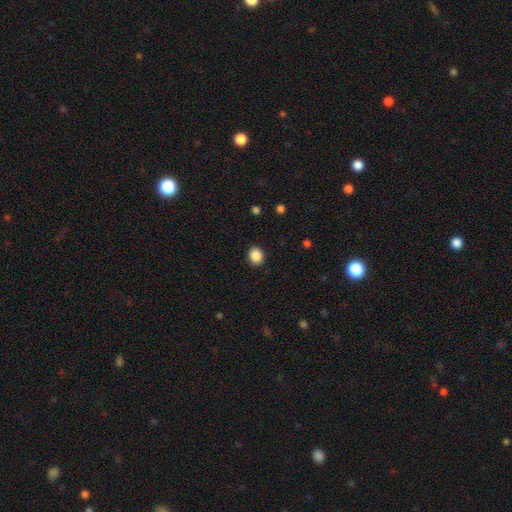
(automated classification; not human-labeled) smooth_or_featured: smooth (p=0.88) [alt: star or artifact p=0.09]
how_rounded: round (p=0.72) [alt: in between p=0.27]
merging: none (p=0.90) [alt: minor disturbance p=0.07]